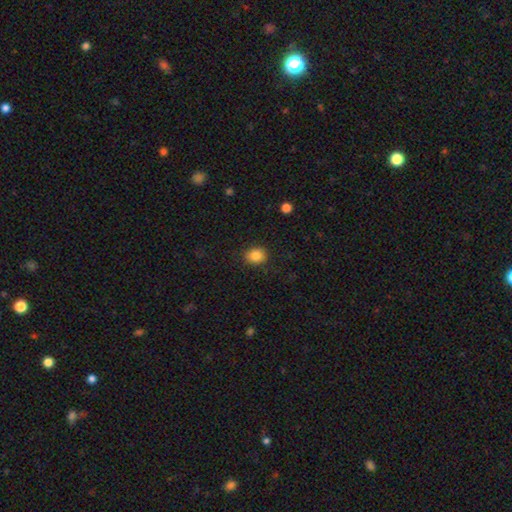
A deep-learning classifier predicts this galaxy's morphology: type=smooth (85%); roundness=round (56%); merging=none (87%).